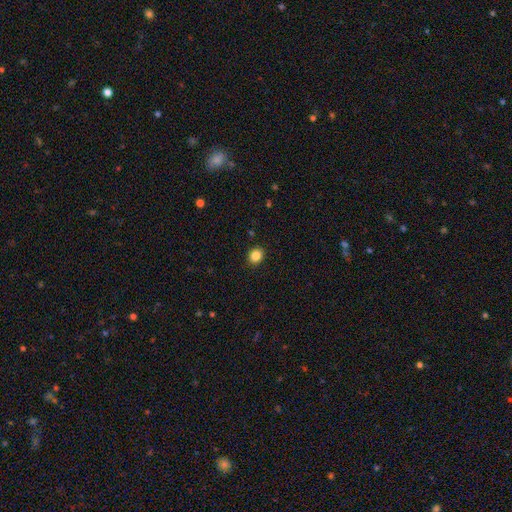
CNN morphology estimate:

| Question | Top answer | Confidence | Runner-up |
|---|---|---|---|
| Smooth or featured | smooth | 86% | star or artifact (10%) |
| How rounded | round | 64% | in between (35%) |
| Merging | none | 91% | minor disturbance (6%) |